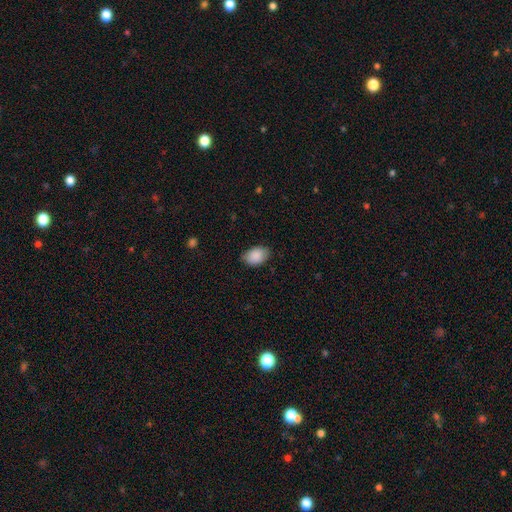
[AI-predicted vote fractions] A smooth galaxy with no disk features (89%) that is in between round and cigar-shaped (82%).

Vote fractions:
- Smooth or featured? smooth: 89% / star or artifact: 7% / featured or disk: 4%
- How rounded? in between: 82% / round: 17% / cigar-shaped: 1%
- Merging? none: 79% / minor disturbance: 17% / major disturbance: 3% / merger: 1%